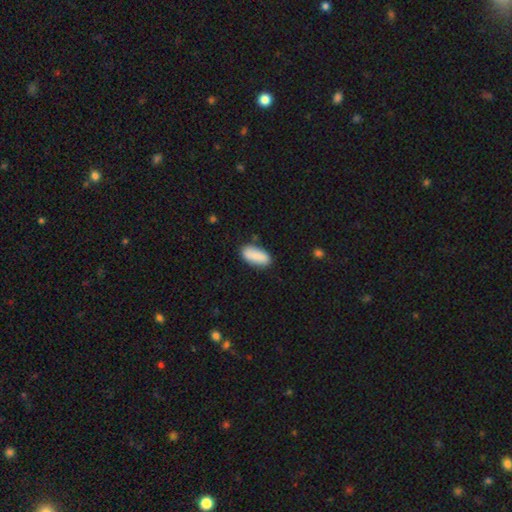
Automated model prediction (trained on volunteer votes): Q: Smooth or featured?
A: smooth (86%); runner-up: featured or disk (8%)
Q: How rounded?
A: in between (83%); runner-up: cigar-shaped (15%)
Q: Merging?
A: none (81%); runner-up: minor disturbance (14%)